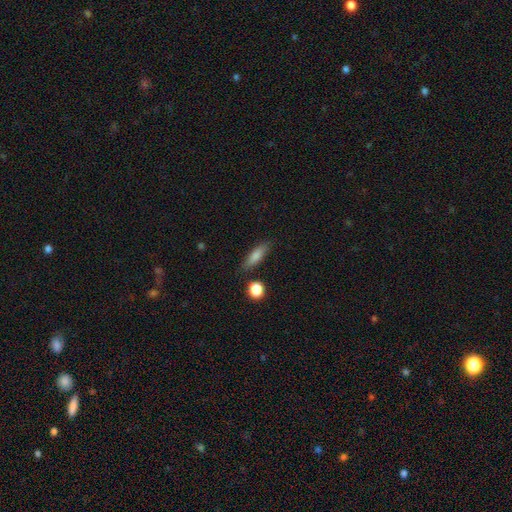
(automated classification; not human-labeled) The model was most divided on "how rounded": cigar-shaped: 55%, in between: 41%, round: 4%. More confident: merging — none (82%); smooth or featured — smooth (77%).